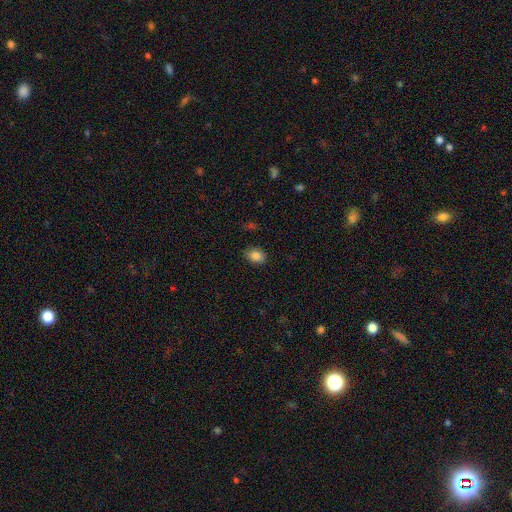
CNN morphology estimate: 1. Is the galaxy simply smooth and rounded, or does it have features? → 86% smooth, 9% star or artifact, 5% featured or disk.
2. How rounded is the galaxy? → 73% in between, 25% round, 1% cigar-shaped.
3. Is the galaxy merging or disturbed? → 83% none, 13% minor disturbance, 3% major disturbance, 1% merger.